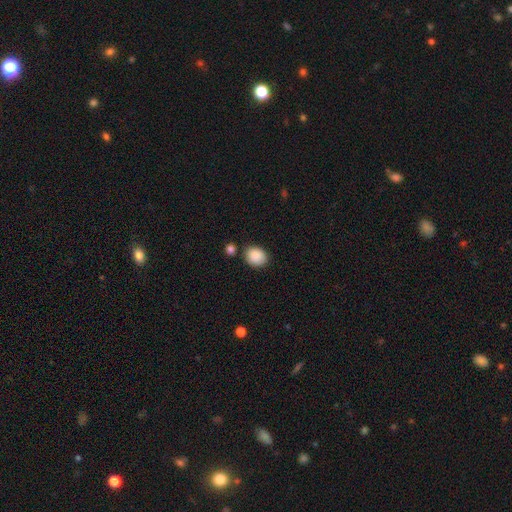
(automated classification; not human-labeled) Smooth or featured?
  - smooth: 89% *
  - star or artifact: 8%
  - featured or disk: 4%
How rounded?
  - round: 53% *
  - in between: 46%
  - cigar-shaped: 1%
Merging?
  - none: 78% *
  - minor disturbance: 12%
  - merger: 6%
  - major disturbance: 3%